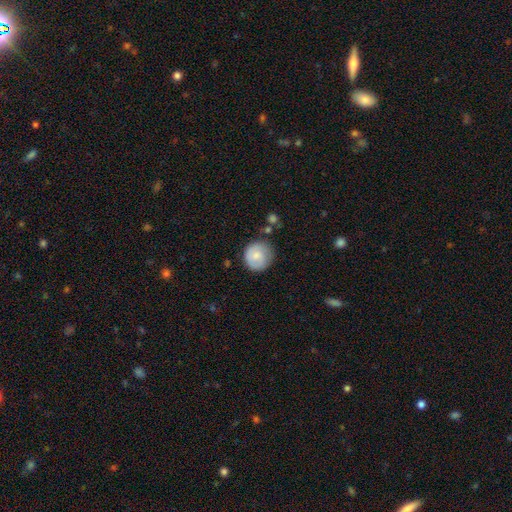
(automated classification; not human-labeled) The model was most divided on "merging": none: 76%, minor disturbance: 17%, major disturbance: 4%, merger: 3%. More confident: how rounded — round (91%); smooth or featured — smooth (79%).